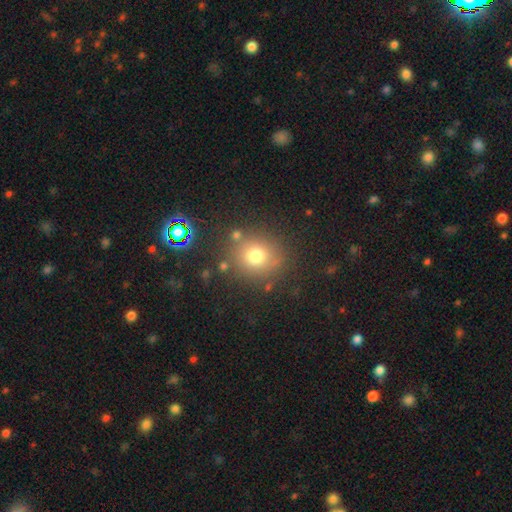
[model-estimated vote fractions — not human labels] This appears to be a smooth galaxy with no disk features (74%) that is round (85%). Merging: none (80%).